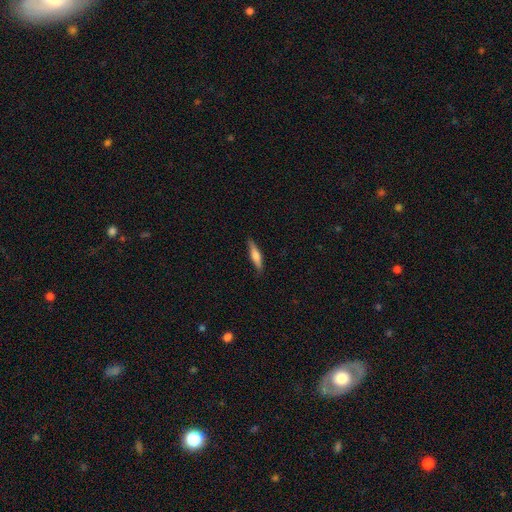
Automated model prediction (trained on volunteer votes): Morphology: type=smooth (54%); roundness=cigar-shaped (81%); merging=none (85%).